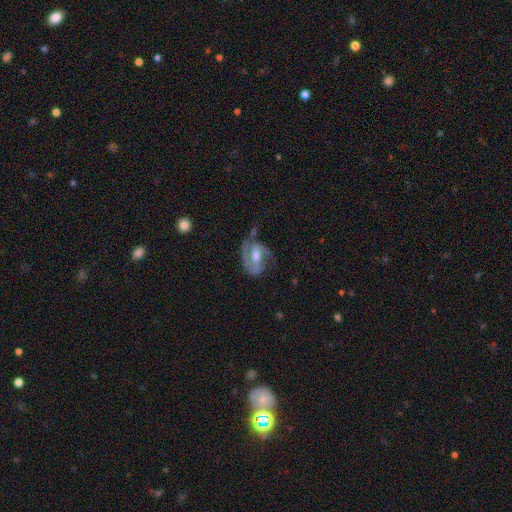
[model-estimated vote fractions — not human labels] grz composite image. It shows a featured or disk galaxy (82%) with a weak bar (49%), 2 (75%) medium (50%) spiral arms (93%) and a moderate central bulge (59%). Merging: none (47%).